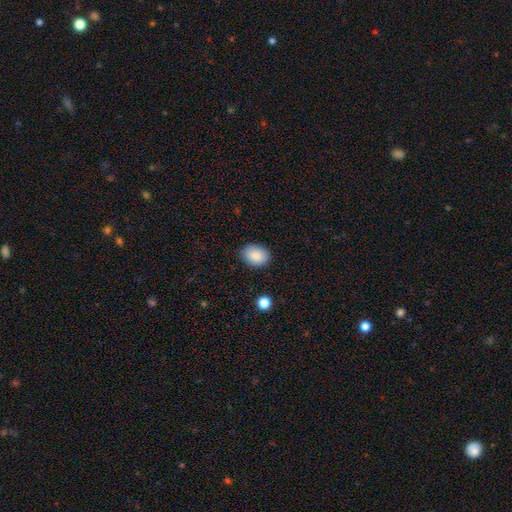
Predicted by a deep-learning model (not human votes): Overall: smooth (87%). How rounded: in between (66%; round 33%). Merging: none (86%).